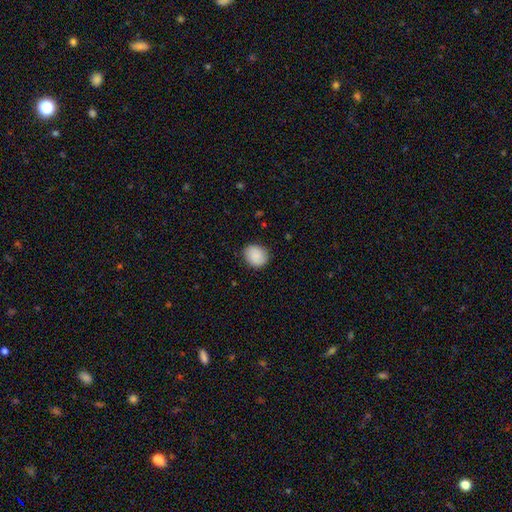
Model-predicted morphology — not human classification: Smooth or featured? smooth (85%)
How rounded? round (69%)
Merging? none (85%)